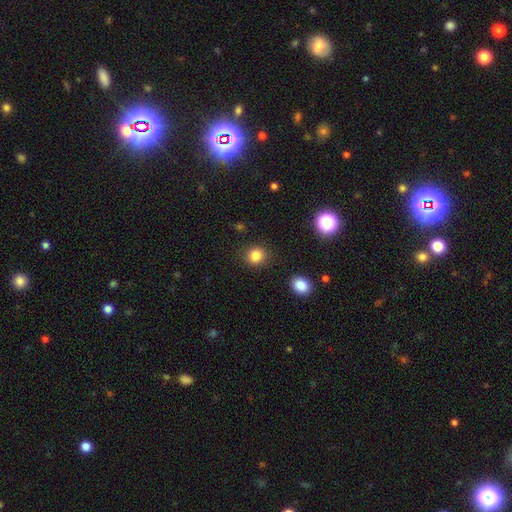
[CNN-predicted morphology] A smooth galaxy with no disk features (84%) that is round (85%). Merging: none (88%).